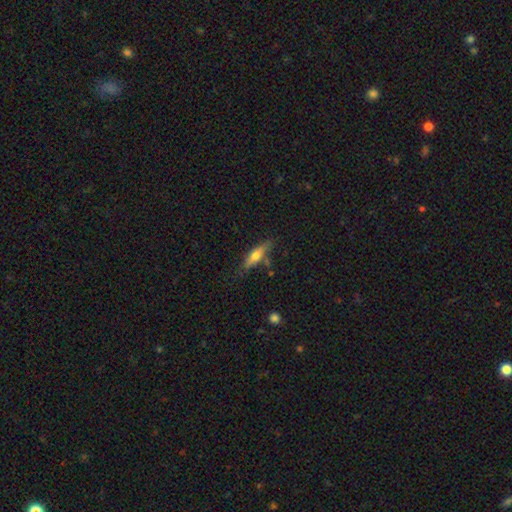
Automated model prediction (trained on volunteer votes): Smooth or featured?
  - smooth: 51% *
  - featured or disk: 42%
  - star or artifact: 7%
How rounded?
  - cigar-shaped: 67% *
  - in between: 30%
  - round: 2%
Merging?
  - none: 73% *
  - minor disturbance: 17%
  - merger: 6%
  - major disturbance: 4%